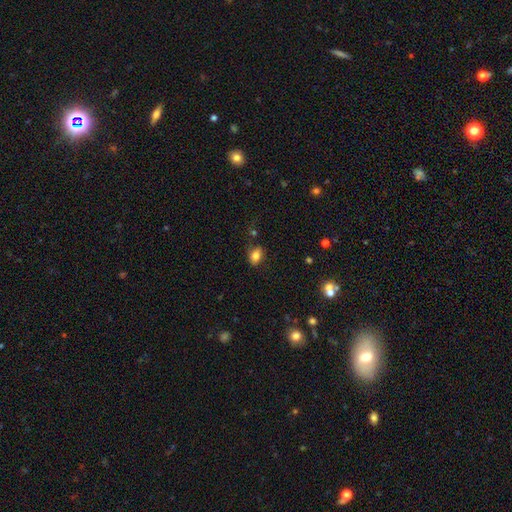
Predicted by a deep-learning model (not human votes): This appears to be a smooth galaxy with no disk features (80%) that is in between round and cigar-shaped (79%). Merging: none (76%).